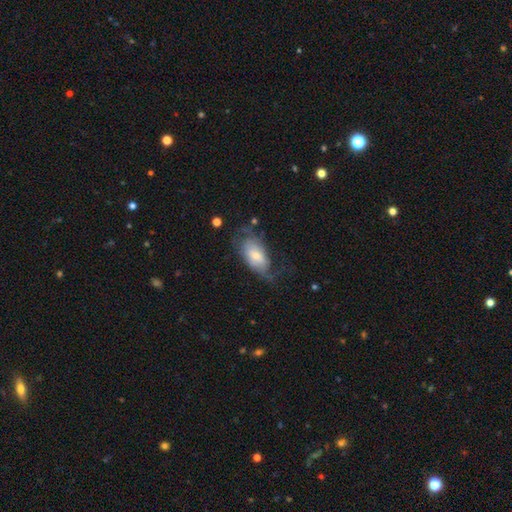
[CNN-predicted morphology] A featured or disk galaxy (49%). Merging: none (39%).